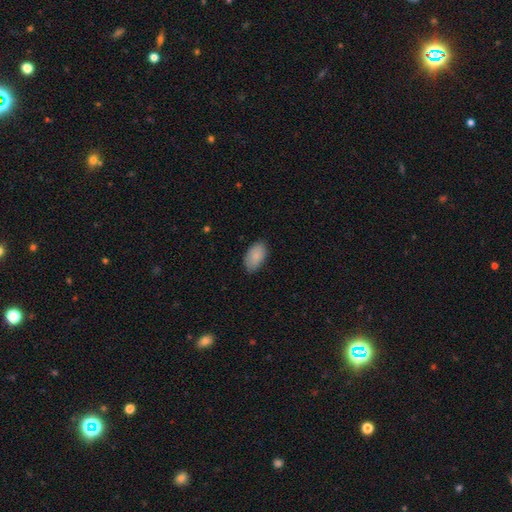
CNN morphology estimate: This is clearly a smooth galaxy (88%). How rounded: clearly in between (94%). Merging: clearly none (83%).